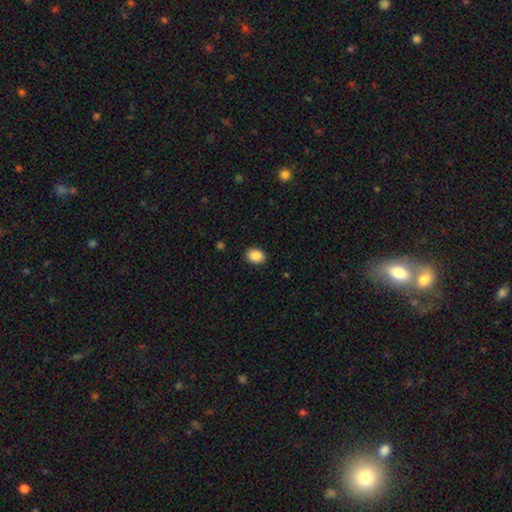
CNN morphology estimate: This appears to be a smooth galaxy with no disk features (88%) that is in between round and cigar-shaped (68%). Merging: none (89%).